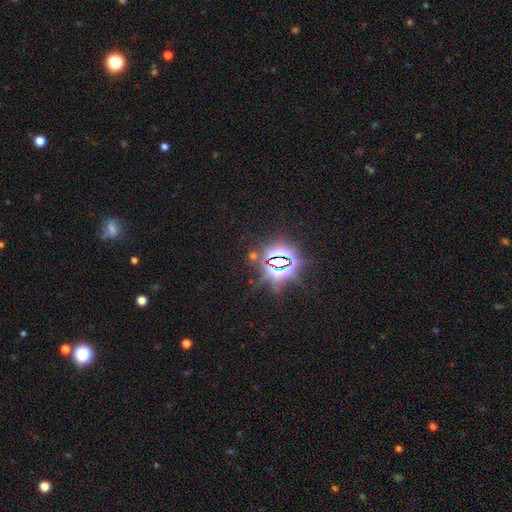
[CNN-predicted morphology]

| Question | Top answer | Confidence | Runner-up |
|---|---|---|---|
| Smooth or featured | star or artifact | 84% | smooth (9%) |